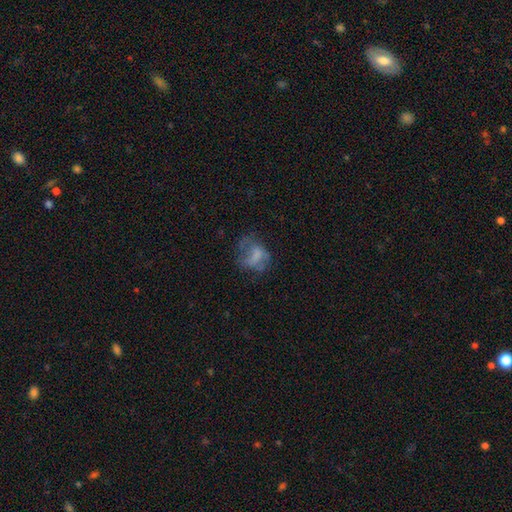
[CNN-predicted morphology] smooth_or_featured: smooth (p=0.48) [alt: featured or disk p=0.39]
merging: major disturbance (p=0.37) [tied with: none p=0.37]